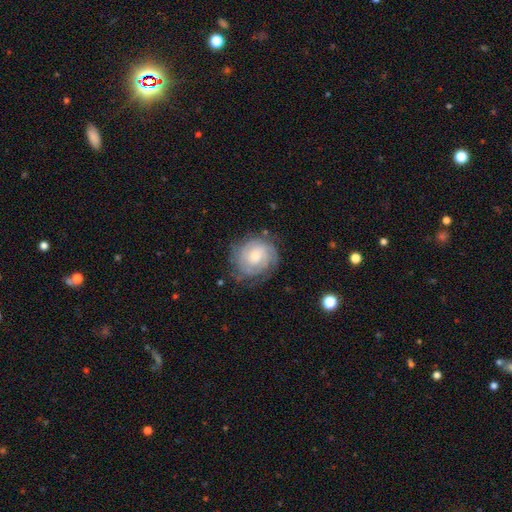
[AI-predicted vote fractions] featured or disk 70%, smooth 23%, star or artifact 7%. Down the decision tree: edge-on disk — no (98%); bar — no (67%); spiral arms — yes (91%); spiral arm count — can't tell (43%); spiral winding — tight (69%); bulge size — small (44%, tied with moderate); merging — none (72%).